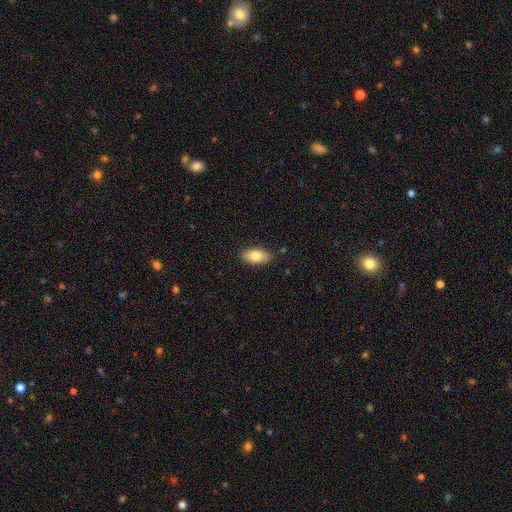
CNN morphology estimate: This is clearly a smooth galaxy (81%). How rounded: clearly in between (91%). Merging: clearly none (87%).